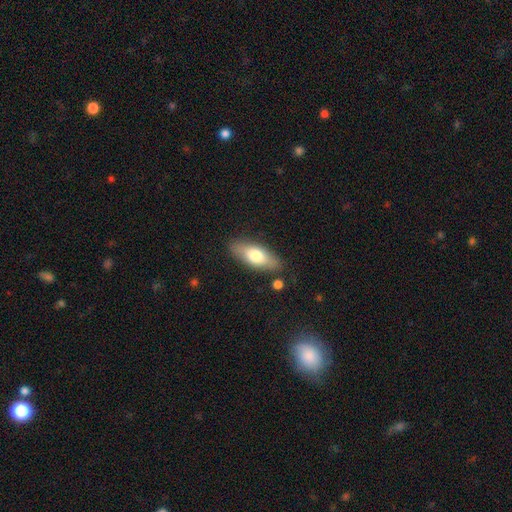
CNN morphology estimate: type=smooth (71%); roundness=in between (75%); merging=none (83%).